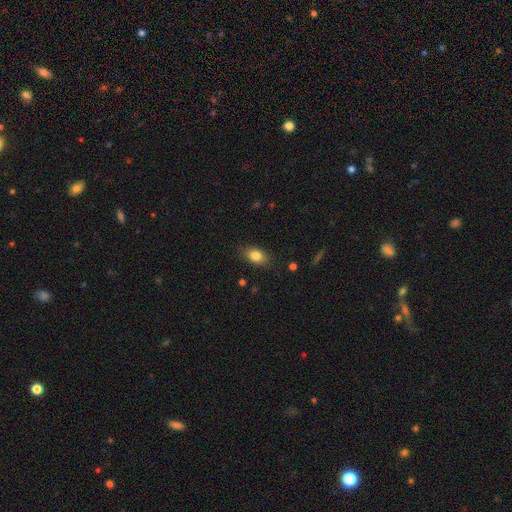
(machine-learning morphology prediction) Smooth or featured? Predicted: smooth (p=0.82). How rounded? Predicted: in between (p=0.83). Merging? Predicted: none (p=0.84).